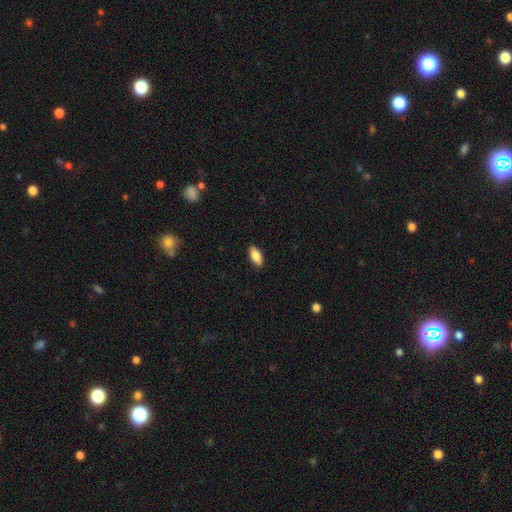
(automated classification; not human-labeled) This is clearly a smooth galaxy (84%). How rounded: clearly in between (87%). Merging: clearly none (90%).